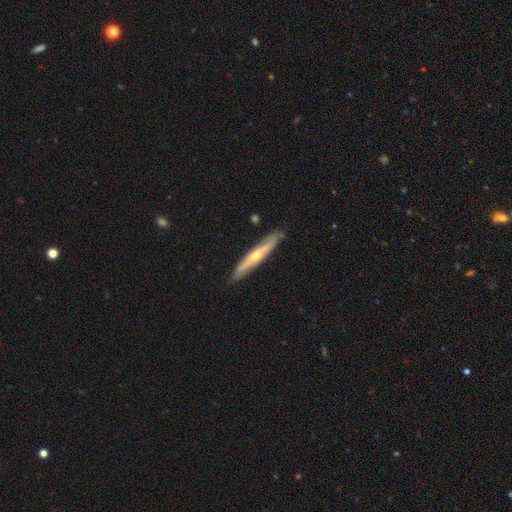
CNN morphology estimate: The model was most divided on "smooth or featured": featured or disk: 65%, smooth: 29%, star or artifact: 5%. More confident: edge-on disk — yes (84%); edge-on bulge — rounded (83%); merging — none (83%).